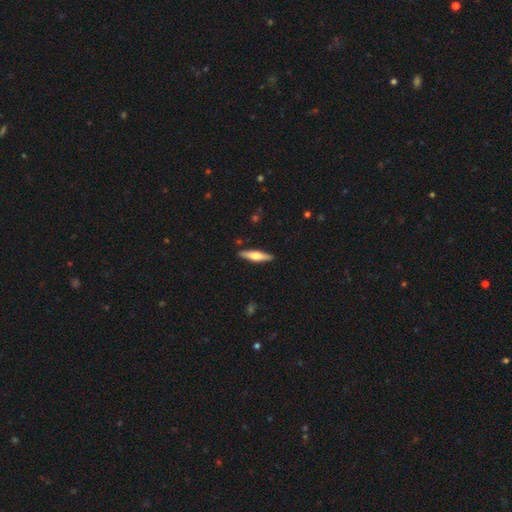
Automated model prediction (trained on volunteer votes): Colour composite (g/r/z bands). It shows a featured or disk galaxy (49%). Merging: none (90%).